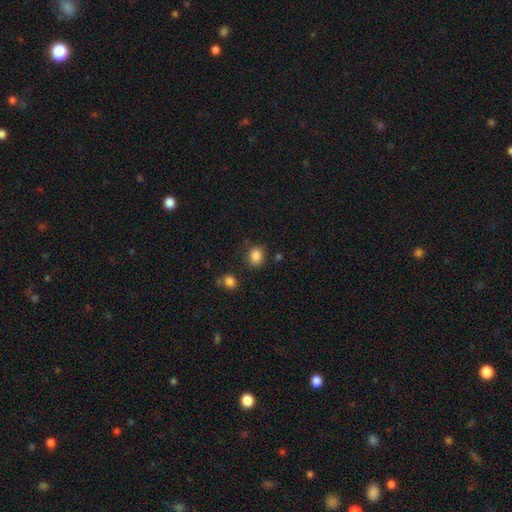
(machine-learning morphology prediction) Smooth or featured: smooth — 86% (star or artifact — 10%)
How rounded: in between — 50% (round — 49%)
Merging: none — 77% (minor disturbance — 14%)